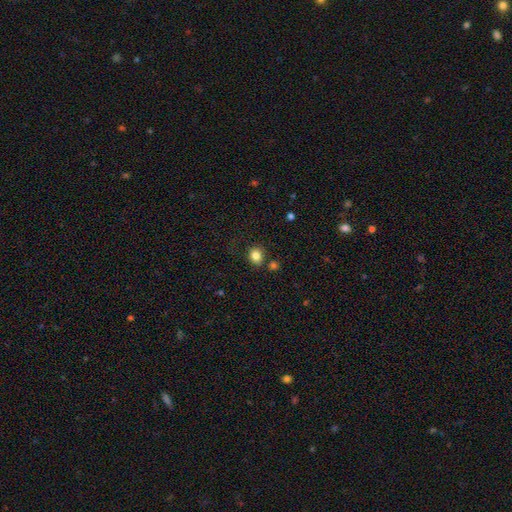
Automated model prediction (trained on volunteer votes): smooth_or_featured: smooth (p=0.83) [alt: star or artifact p=0.11]
how_rounded: round (p=0.66) [alt: in between p=0.33]
merging: none (p=0.76) [alt: minor disturbance p=0.12]